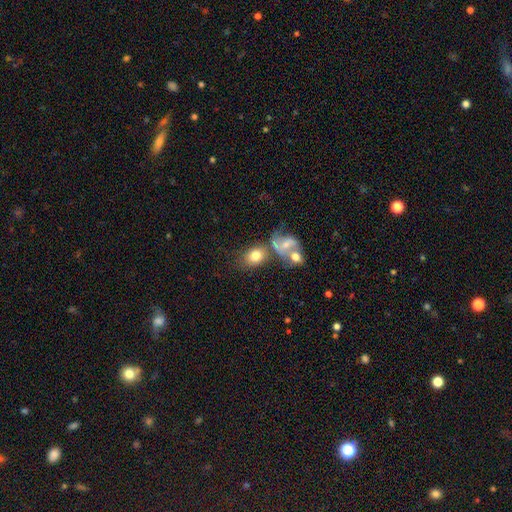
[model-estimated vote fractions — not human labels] A smooth galaxy with no disk features (72%) that is in between round and cigar-shaped (67%).

Vote fractions:
- Smooth or featured? smooth: 72% / featured or disk: 20% / star or artifact: 9%
- How rounded? in between: 67% / round: 32% / cigar-shaped: 1%
- Merging? none: 42% / merger: 34% / minor disturbance: 14% / major disturbance: 10%